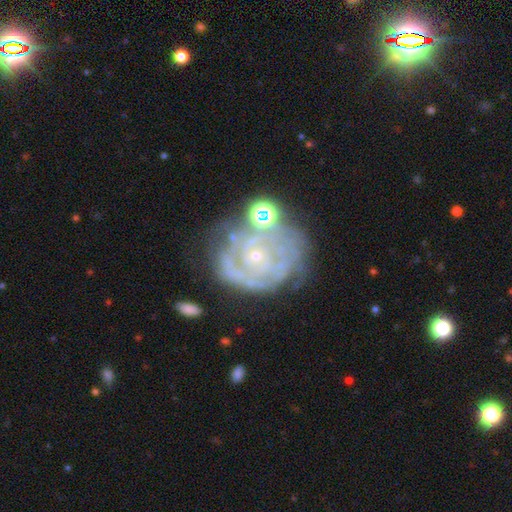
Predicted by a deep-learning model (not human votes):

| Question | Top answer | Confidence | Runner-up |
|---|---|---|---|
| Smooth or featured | featured or disk | 82% | smooth (10%) |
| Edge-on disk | no | 98% | yes (2%) |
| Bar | no | 79% | weak (17%) |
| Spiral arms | yes | 85% | no (15%) |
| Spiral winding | tight | 71% | medium (22%) |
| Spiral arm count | can't tell | 39% | 2 (24%) |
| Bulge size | small | 76% | moderate (18%) |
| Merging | none | 52% | minor disturbance (22%) |